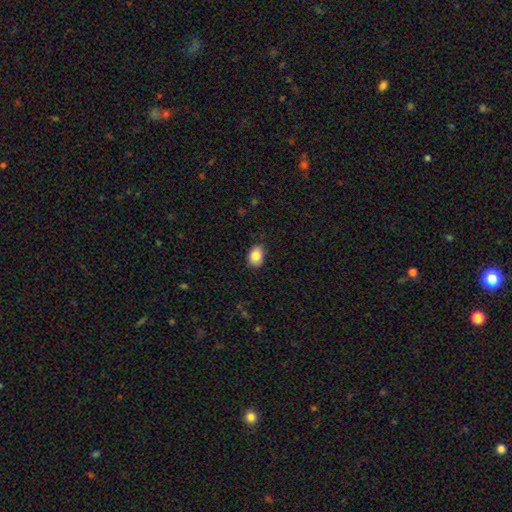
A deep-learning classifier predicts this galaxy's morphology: Smooth or featured: smooth — 87% (star or artifact — 8%)
How rounded: in between — 72% (round — 27%)
Merging: none — 80% (minor disturbance — 16%)